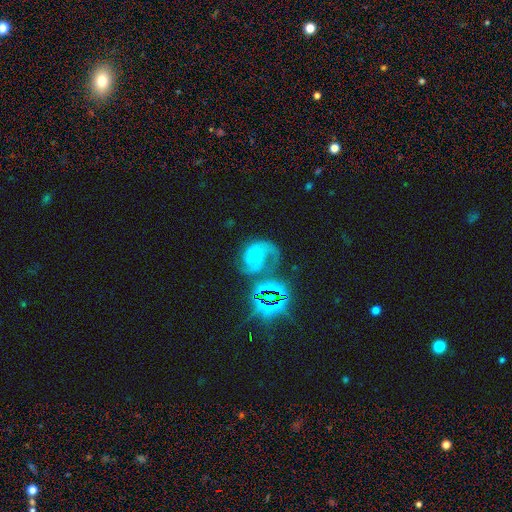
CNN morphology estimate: The model was most divided on "merging": none: 40%, major disturbance: 27%, minor disturbance: 22%, merger: 11%. Remaining: edge-on disk — no (98%); spiral arms — yes (92%); bar — no (73%); bulge size — small (72%); smooth or featured — featured or disk (70%); spiral arm count — 2 (59%); spiral winding — medium (48%).